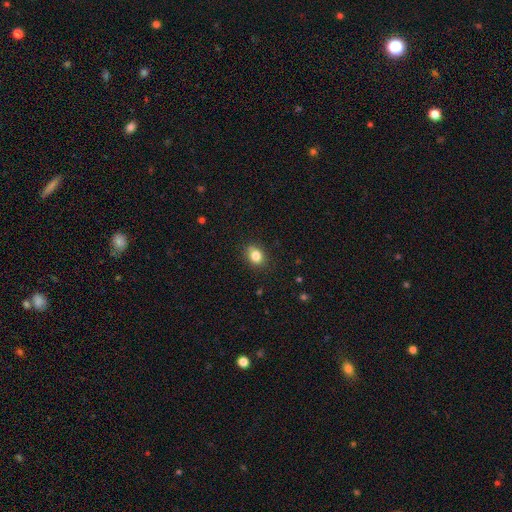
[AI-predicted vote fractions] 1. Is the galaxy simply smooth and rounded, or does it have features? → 82% smooth, 11% star or artifact, 7% featured or disk.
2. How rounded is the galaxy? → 50% in between, 49% round, 1% cigar-shaped.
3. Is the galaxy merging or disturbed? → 82% none, 13% minor disturbance, 3% major disturbance, 2% merger.